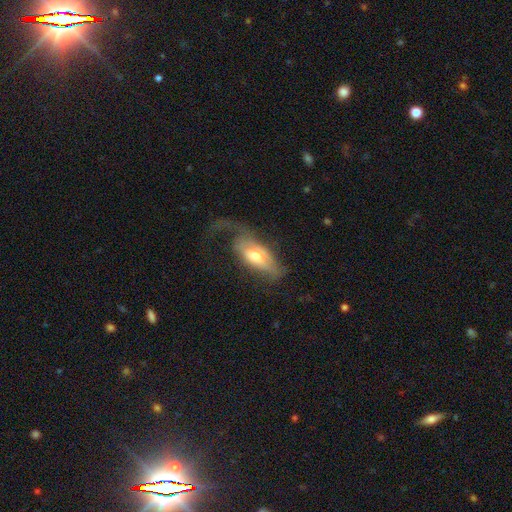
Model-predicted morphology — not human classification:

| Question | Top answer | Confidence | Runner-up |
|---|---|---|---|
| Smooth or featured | featured or disk | 51% | smooth (43%) |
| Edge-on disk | no | 75% | yes (25%) |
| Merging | major disturbance | 52% | none (26%) |